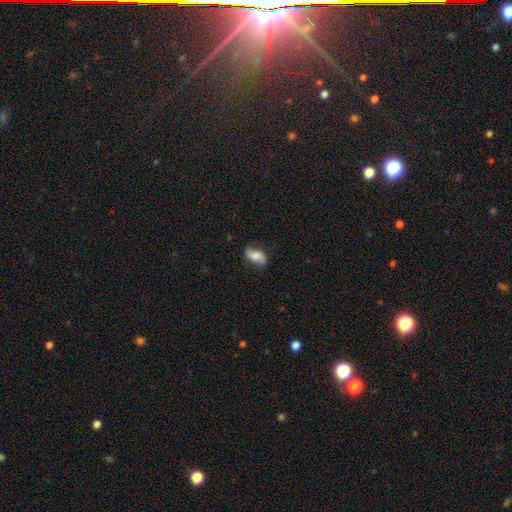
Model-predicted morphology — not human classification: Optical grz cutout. It shows a smooth galaxy with no disk features (53%) that is in between round and cigar-shaped (89%). Merging: none (77%).